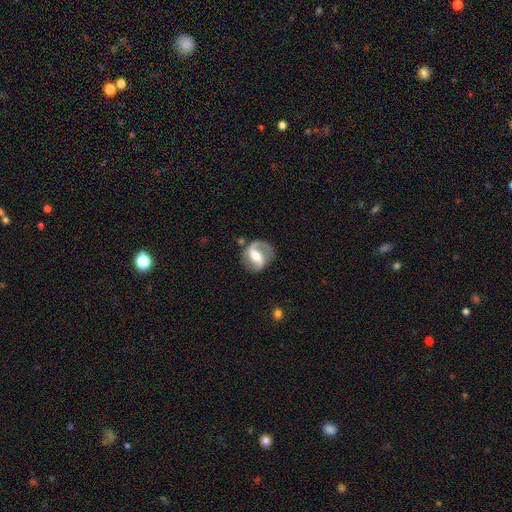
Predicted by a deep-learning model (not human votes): Smooth or featured? featured or disk (81%)
Edge-on disk? no (97%)
Bar? strong (46%)
Spiral arms? yes (91%)
Spiral winding? medium (46%)
Spiral arm count? 2 (82%)
Bulge size? moderate (60%)
Merging? none (71%)